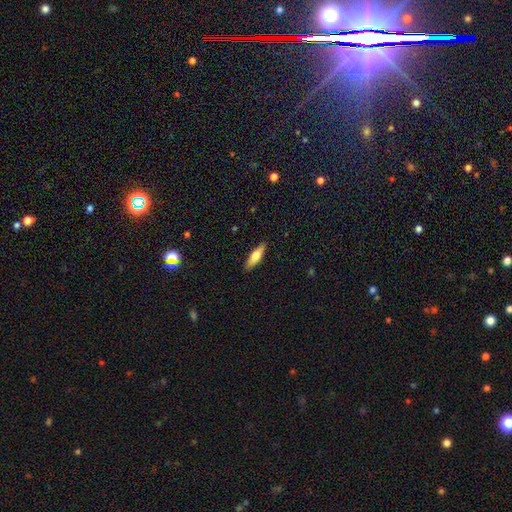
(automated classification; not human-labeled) smooth-or-featured: smooth: 62% | featured or disk: 32% | star or artifact: 6%
  how-rounded: cigar-shaped: 57% | in between: 40% | round: 2%
  merging: none: 89% | minor disturbance: 8% | major disturbance: 2% | merger: 1%